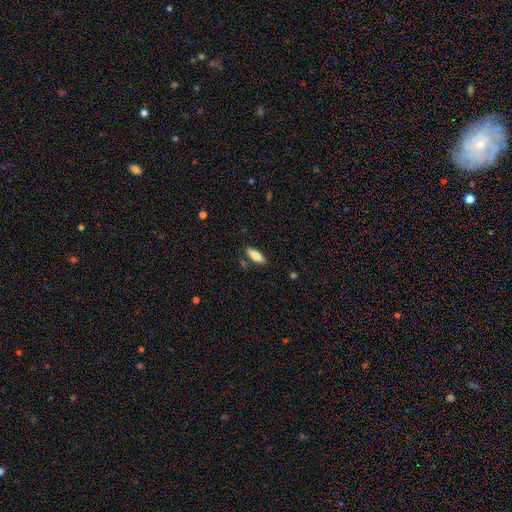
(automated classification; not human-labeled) Smooth or featured? smooth (83%)
How rounded? in between (69%)
Merging? none (84%)